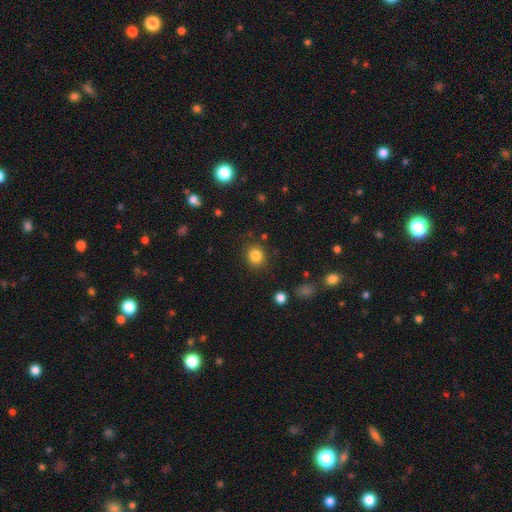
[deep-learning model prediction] Smooth or featured?
  - smooth: 84% *
  - star or artifact: 11%
  - featured or disk: 5%
How rounded?
  - round: 81% *
  - in between: 18%
  - cigar-shaped: 1%
Merging?
  - none: 87% *
  - minor disturbance: 8%
  - major disturbance: 3%
  - merger: 2%